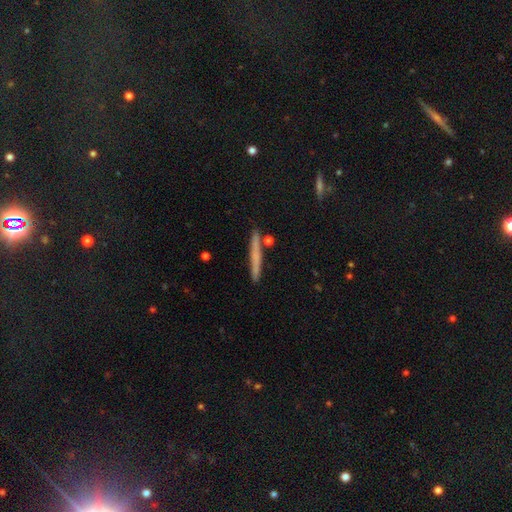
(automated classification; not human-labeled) The model was most divided on "smooth or featured": smooth: 58%, featured or disk: 36%, star or artifact: 6%. More confident: how rounded — cigar-shaped (96%); merging — none (87%).